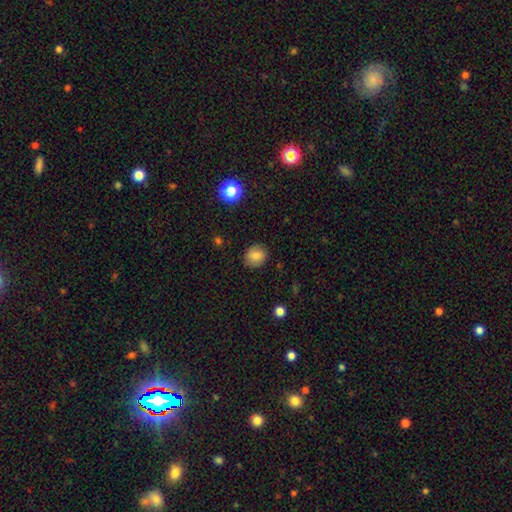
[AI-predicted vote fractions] smooth_or_featured: smooth (p=0.81) [alt: star or artifact p=0.10]
how_rounded: round (p=0.78) [alt: in between p=0.21]
merging: none (p=0.87) [alt: minor disturbance p=0.10]